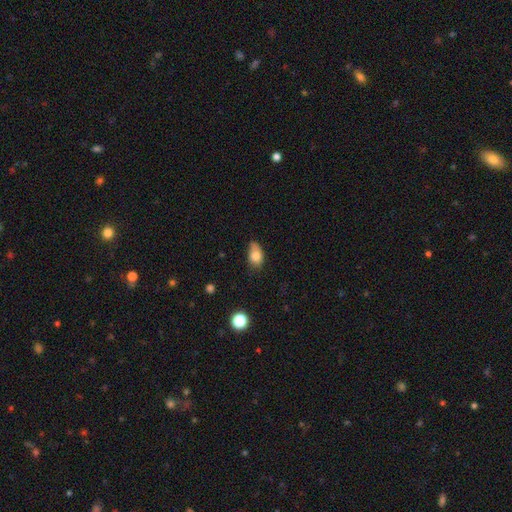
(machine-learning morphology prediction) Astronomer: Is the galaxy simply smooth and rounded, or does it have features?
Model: smooth — 80%.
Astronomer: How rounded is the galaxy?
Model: in between — 83%.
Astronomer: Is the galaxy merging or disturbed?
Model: none — 47% (runner-up: minor disturbance, 41%).